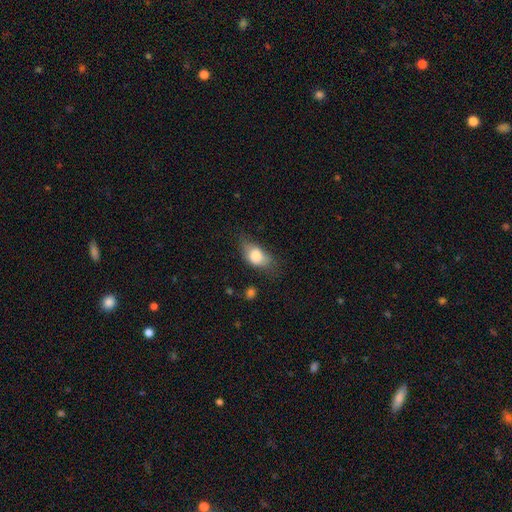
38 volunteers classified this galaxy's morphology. Smooth or featured?
  - smooth: 92% *
  - featured or disk: 5%
  - star or artifact: 3%
How rounded?
  - in between: 86% *
  - cigar-shaped: 9%
  - round: 6%
Merging?
  - minor disturbance: 51% *
  - none: 24%
  - major disturbance: 22%
  - merger: 3%